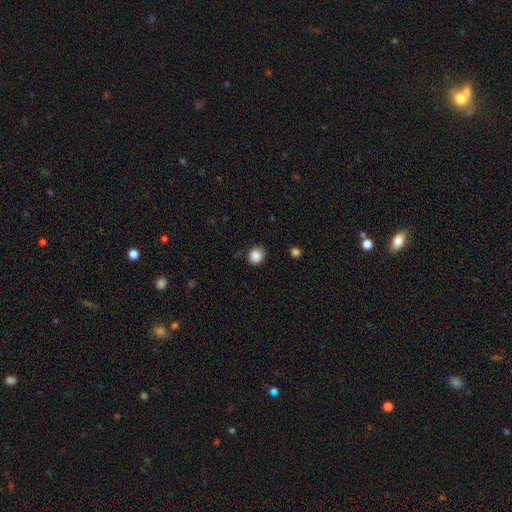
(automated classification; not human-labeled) The model was most divided on "how rounded": round: 75%, in between: 24%, cigar-shaped: 1%. More confident: smooth or featured — smooth (86%); merging — none (80%).